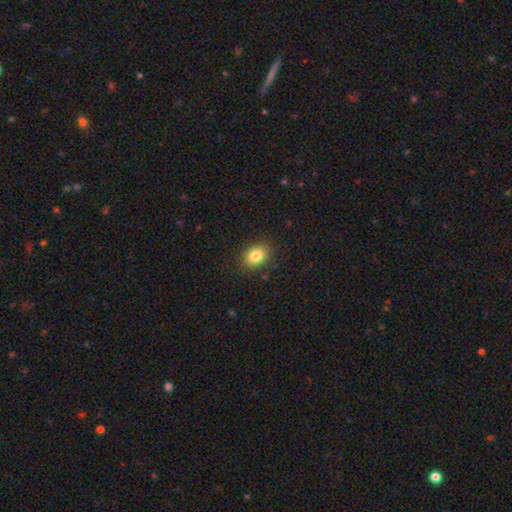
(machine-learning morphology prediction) Smooth or featured? Predicted: smooth (p=0.83). How rounded? Predicted: in between (p=0.65). Merging? Predicted: none (p=0.87).